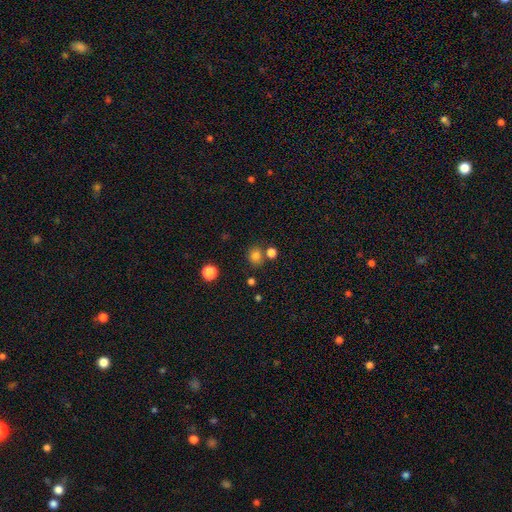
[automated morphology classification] Q: Smooth or featured?
A: smooth (79%); runner-up: star or artifact (15%)
Q: How rounded?
A: round (80%); runner-up: in between (19%)
Q: Merging?
A: none (73%); runner-up: merger (14%)